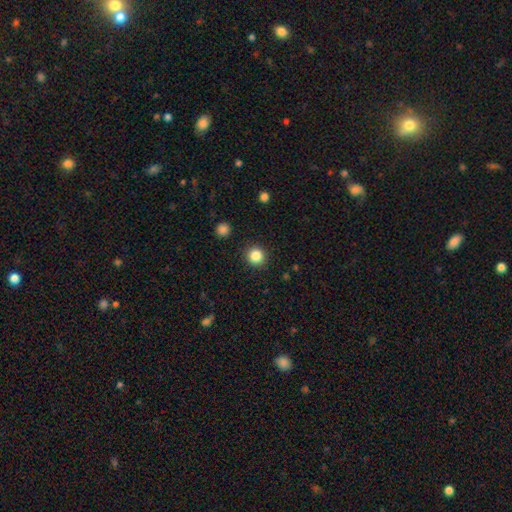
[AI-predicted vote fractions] This is clearly a smooth galaxy (85%). How rounded: clearly round (93%). Merging: clearly none (92%).